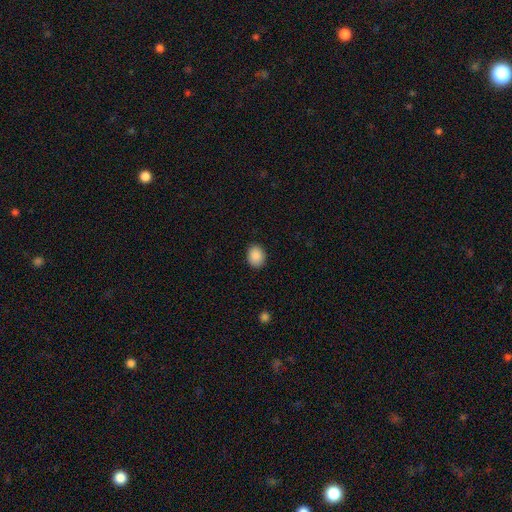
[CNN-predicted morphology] This appears to be a smooth galaxy with no disk features (90%) that is in between round and cigar-shaped (55%). Merging: none (89%).